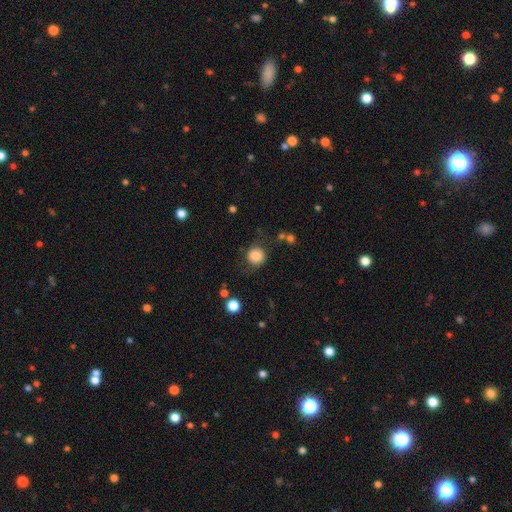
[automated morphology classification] A smooth galaxy with no disk features (83%) that is round (89%). Merging: none (74%).